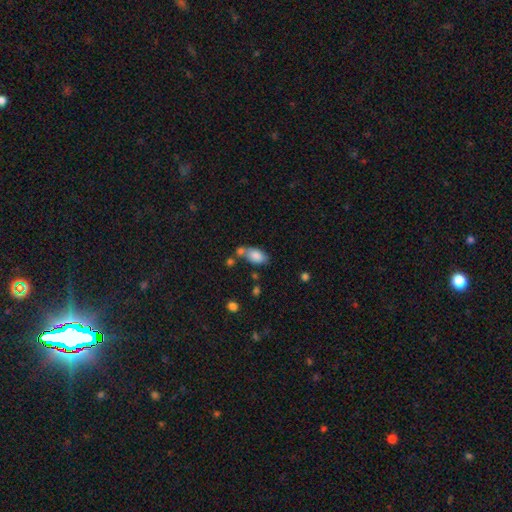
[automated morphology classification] Q: Smooth or featured?
A: smooth (84%); runner-up: featured or disk (8%)
Q: How rounded?
A: in between (91%); runner-up: round (6%)
Q: Merging?
A: none (48%); runner-up: merger (30%)